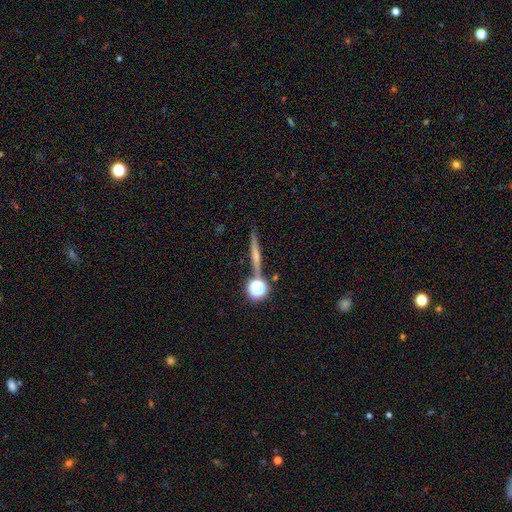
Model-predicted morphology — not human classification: This is marginally a featured or disk galaxy (45%). Merging: likely none (80%).